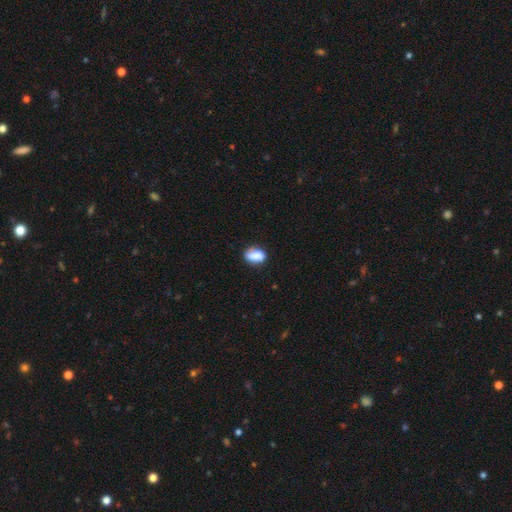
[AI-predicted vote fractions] Smooth or featured: smooth — 84% (star or artifact — 8%)
How rounded: in between — 82% (round — 14%)
Merging: none — 73% (minor disturbance — 19%)